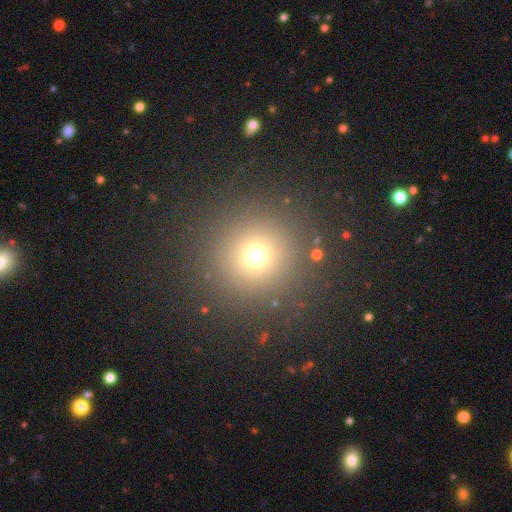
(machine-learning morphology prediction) Smooth or featured? smooth (66%)
How rounded? round (95%)
Merging? none (86%)